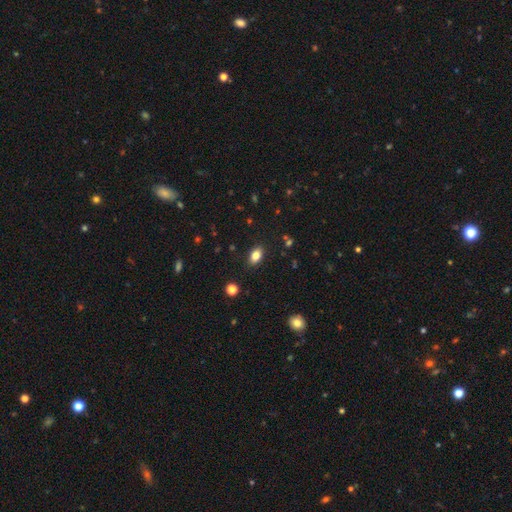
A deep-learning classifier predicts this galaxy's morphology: This is clearly a smooth galaxy (83%). How rounded: clearly in between (87%). Merging: clearly none (88%).